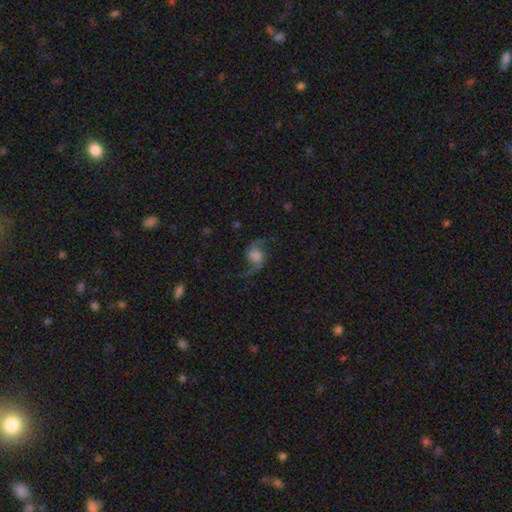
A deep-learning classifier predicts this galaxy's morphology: Smooth or featured? Predicted: featured or disk (p=0.76). Edge-on disk? Predicted: no (p=0.97). Bar? Predicted: no (p=0.64). Spiral arms? Predicted: yes (p=0.95). Spiral winding? Predicted: loose (p=0.73). Spiral arm count? Predicted: 2 (p=0.93). Bulge size? Predicted: moderate (p=0.30). Merging? Predicted: none (p=0.72).